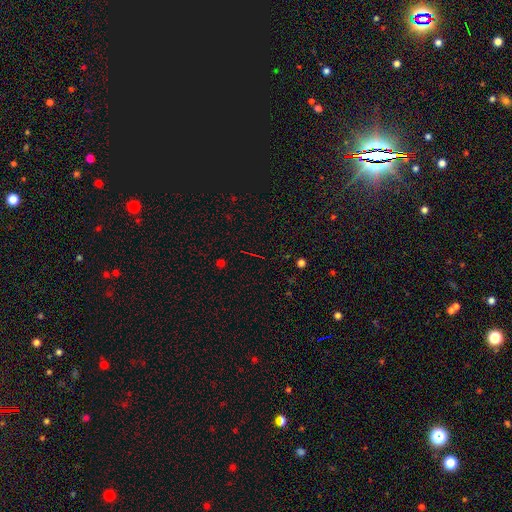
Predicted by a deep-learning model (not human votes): This is likely a star or artifact rather than a galaxy (68%).